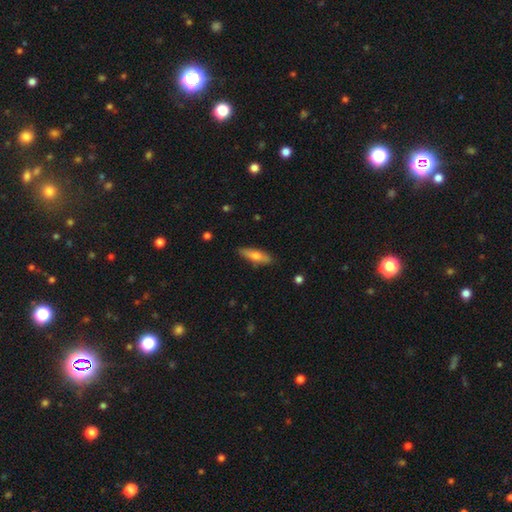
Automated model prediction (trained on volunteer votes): Smooth or featured?
  - smooth: 64% *
  - featured or disk: 30%
  - star or artifact: 6%
How rounded?
  - cigar-shaped: 60% *
  - in between: 38%
  - round: 2%
Merging?
  - none: 84% *
  - minor disturbance: 13%
  - major disturbance: 2%
  - merger: 1%